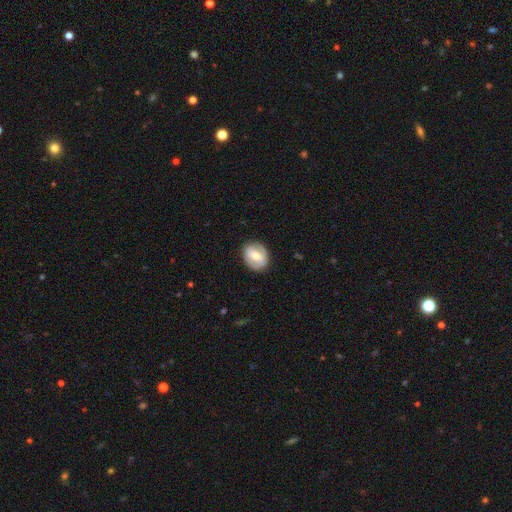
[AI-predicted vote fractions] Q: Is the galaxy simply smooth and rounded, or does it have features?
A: smooth — 47%.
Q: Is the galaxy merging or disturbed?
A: none — 84%.